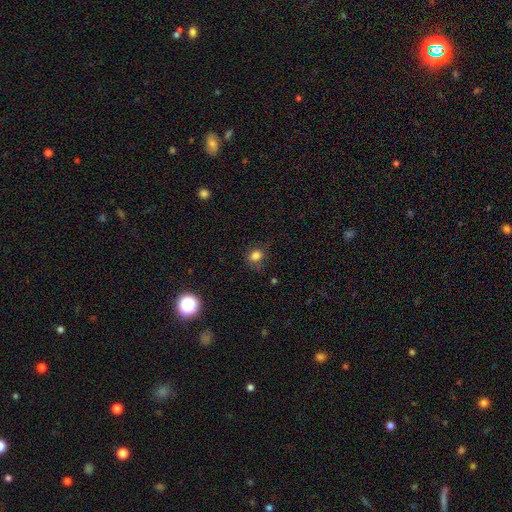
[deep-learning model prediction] This is clearly a smooth galaxy (81%). How rounded: possibly round (59%). Merging: likely none (72%).